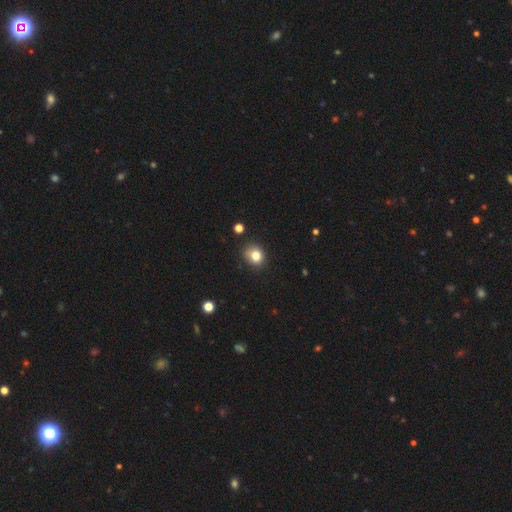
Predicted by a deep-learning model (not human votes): A smooth galaxy with no disk features (80%) that is round (70%).

Vote fractions:
- Smooth or featured? smooth: 80% / star or artifact: 12% / featured or disk: 7%
- How rounded? round: 70% / in between: 29% / cigar-shaped: 1%
- Merging? none: 81% / minor disturbance: 14% / major disturbance: 3% / merger: 2%